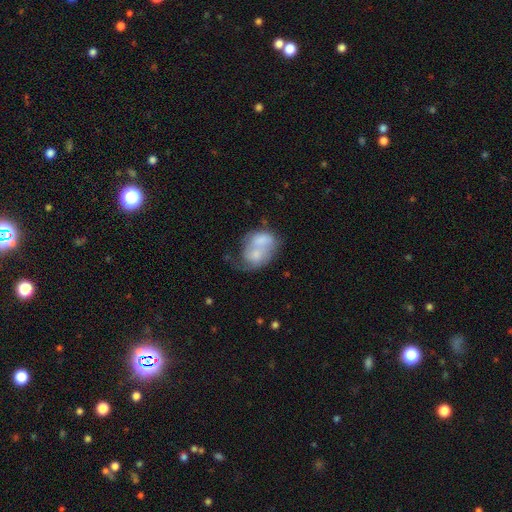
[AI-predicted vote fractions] Smooth or featured: smooth — 58% (featured or disk — 35%)
How rounded: in between — 68% (round — 30%)
Merging: merger — 63% (none — 14%)